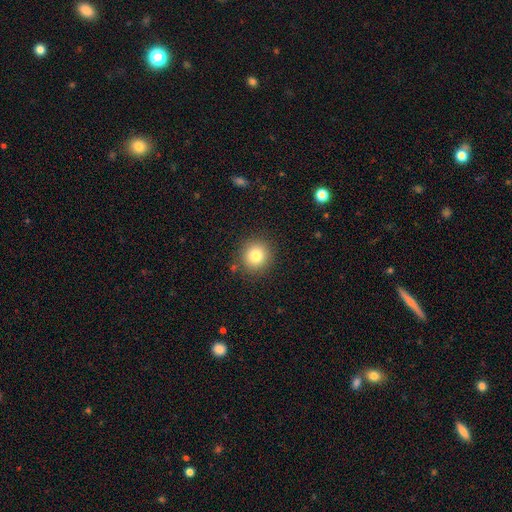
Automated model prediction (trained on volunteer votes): Smooth or featured: smooth — 81% (star or artifact — 11%)
How rounded: round — 92% (in between — 7%)
Merging: none — 88% (minor disturbance — 7%)